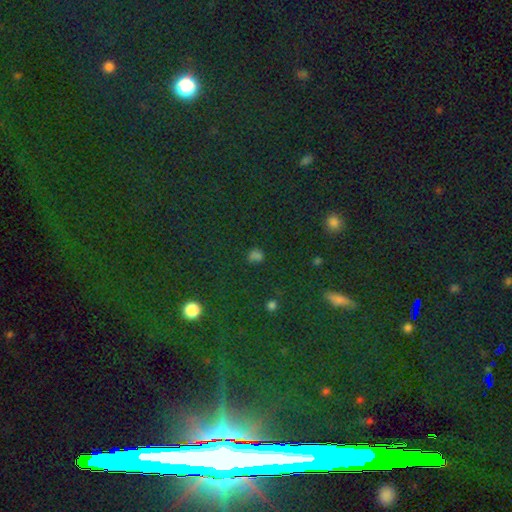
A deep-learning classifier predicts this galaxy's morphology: This is possibly a smooth galaxy (55%). How rounded: possibly round (59%). Merging: likely none (70%).